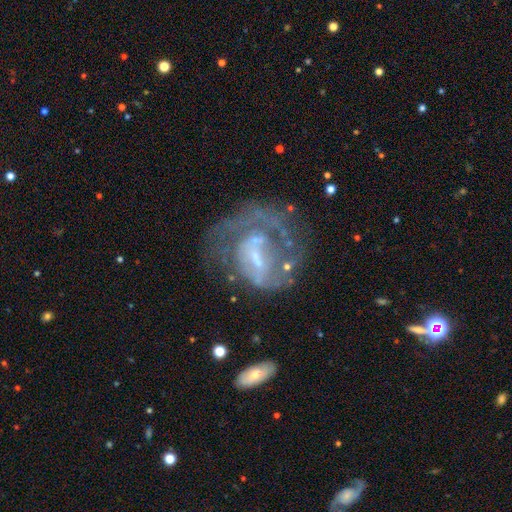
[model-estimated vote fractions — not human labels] Smooth or featured?
  - featured or disk: 75% *
  - smooth: 15%
  - star or artifact: 10%
Edge-on disk?
  - no: 97% *
  - yes: 3%
Bar?
  - no: 44% *
  - weak: 42%
  - strong: 14%
Spiral arms?
  - yes: 63% *
  - no: 37%
Bulge size?
  - small: 48% *
  - none: 24%
  - moderate: 23%
  - large: 3%
  - dominant: 1%
Merging?
  - major disturbance: 40% *
  - none: 38%
  - minor disturbance: 16%
  - merger: 6%